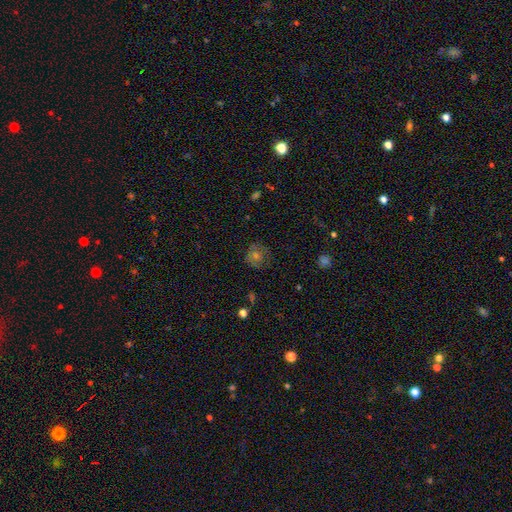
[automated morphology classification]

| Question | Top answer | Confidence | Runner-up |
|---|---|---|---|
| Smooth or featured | smooth | 52% | star or artifact (24%) |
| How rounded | round | 85% | in between (14%) |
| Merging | none | 76% | minor disturbance (15%) |